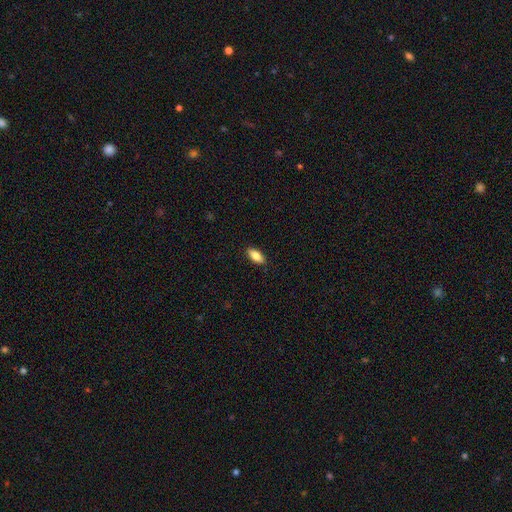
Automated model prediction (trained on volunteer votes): smooth 81%, featured or disk 13%, star or artifact 7%. Down the decision tree: how rounded — in between (85%); merging — none (89%).